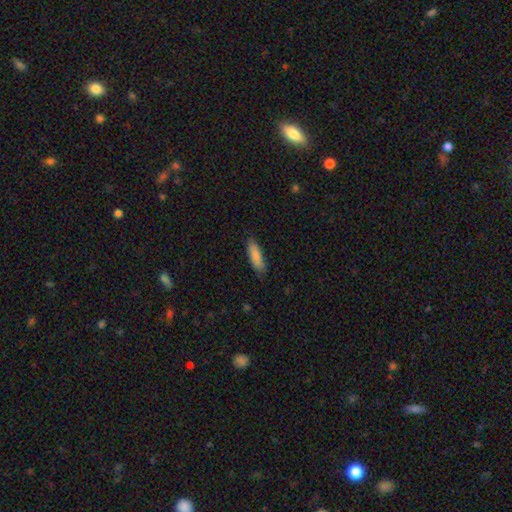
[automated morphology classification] Smooth or featured? smooth (86%)
How rounded? cigar-shaped (59%)
Merging? none (84%)